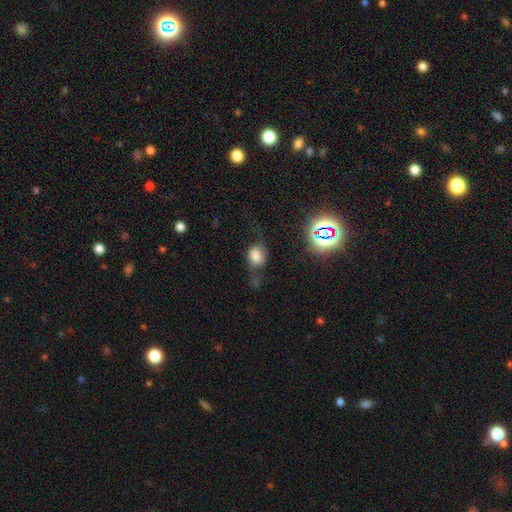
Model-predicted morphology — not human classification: Smooth or featured: smooth — 55% (featured or disk — 30%)
How rounded: in between — 49% (round — 48%)
Merging: none — 43% (major disturbance — 27%)